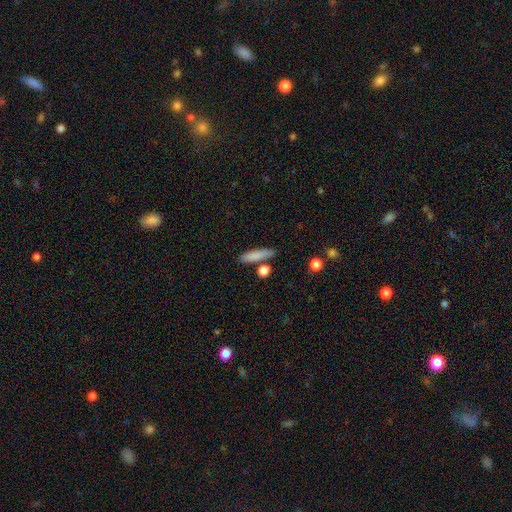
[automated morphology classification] Smooth or featured?
  - smooth: 82% *
  - featured or disk: 11%
  - star or artifact: 7%
How rounded?
  - cigar-shaped: 75% *
  - in between: 21%
  - round: 4%
Merging?
  - none: 75% *
  - minor disturbance: 12%
  - merger: 10%
  - major disturbance: 4%